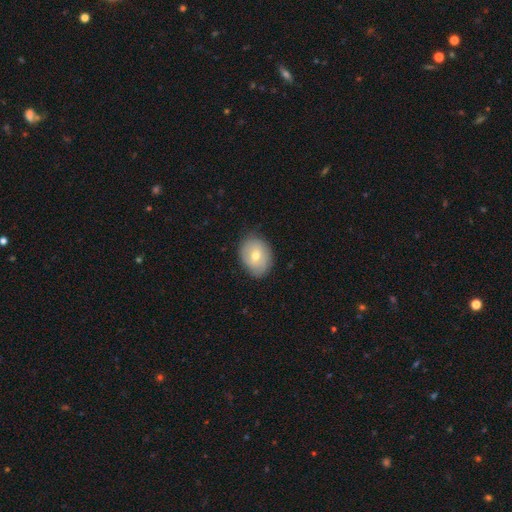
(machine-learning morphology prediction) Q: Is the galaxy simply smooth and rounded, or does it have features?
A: smooth — 64%.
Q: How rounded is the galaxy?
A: in between — 55%.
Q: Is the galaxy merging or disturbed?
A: none — 79%.